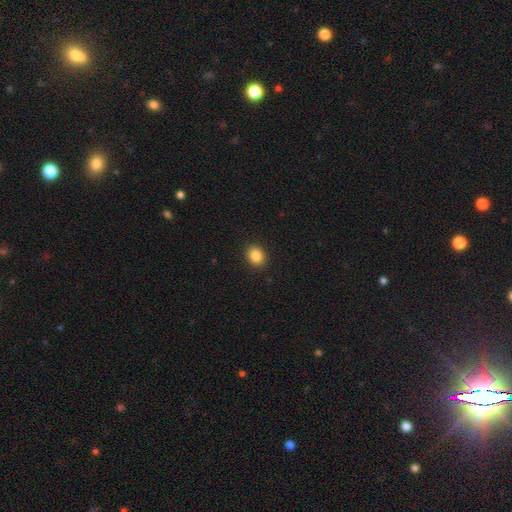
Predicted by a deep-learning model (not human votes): This appears to be a smooth galaxy with no disk features (85%) that is round (59%). Merging: none (91%).